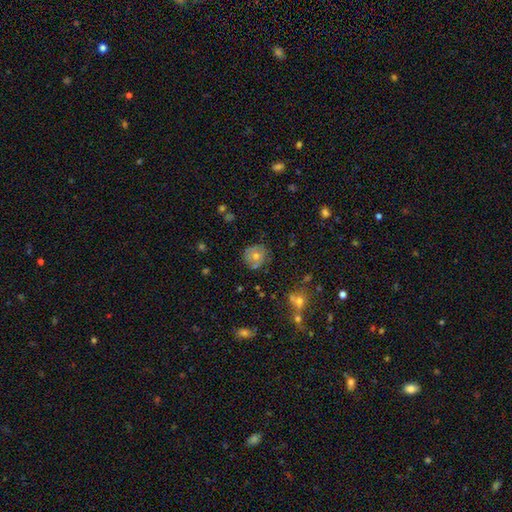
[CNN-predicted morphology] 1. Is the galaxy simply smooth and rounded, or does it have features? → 49% smooth, 34% featured or disk, 17% star or artifact.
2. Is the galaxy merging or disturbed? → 76% none, 16% minor disturbance, 5% major disturbance, 3% merger.